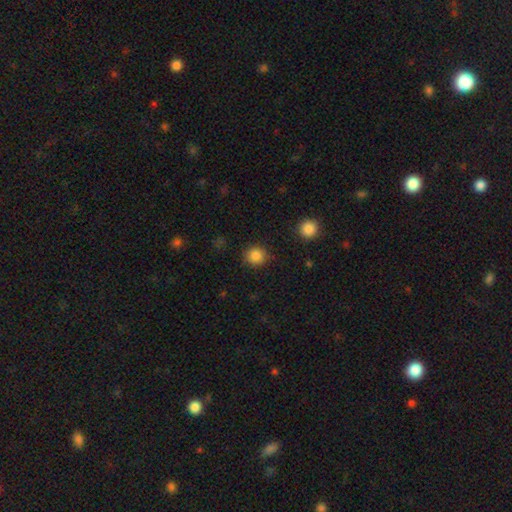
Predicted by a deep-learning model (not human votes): smooth-or-featured: smooth: 86% | star or artifact: 10% | featured or disk: 4%
  how-rounded: round: 92% | in between: 7% | cigar-shaped: 1%
  merging: none: 89% | minor disturbance: 7% | major disturbance: 2% | merger: 1%